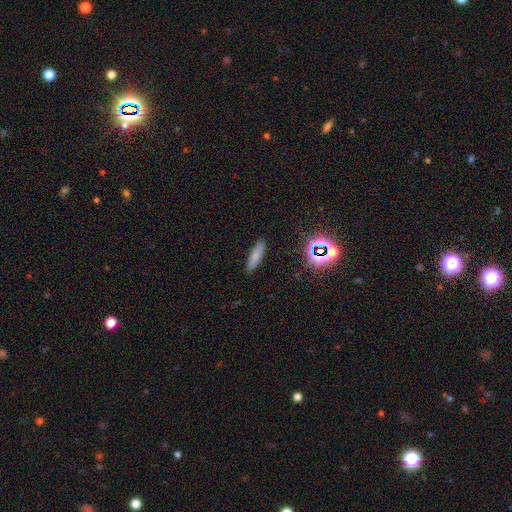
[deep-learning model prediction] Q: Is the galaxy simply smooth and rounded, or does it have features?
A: smooth — 76%.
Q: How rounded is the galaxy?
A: cigar-shaped — 67%.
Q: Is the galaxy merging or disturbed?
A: none — 88%.